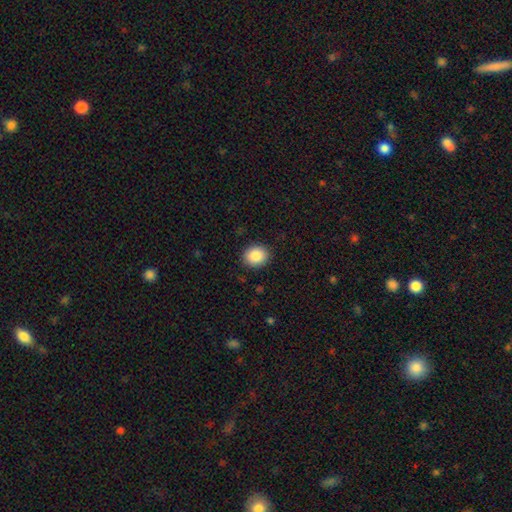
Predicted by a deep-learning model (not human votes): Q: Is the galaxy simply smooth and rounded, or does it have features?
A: smooth — 88%.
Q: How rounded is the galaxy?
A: round — 66%.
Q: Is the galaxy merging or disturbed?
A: none — 90%.